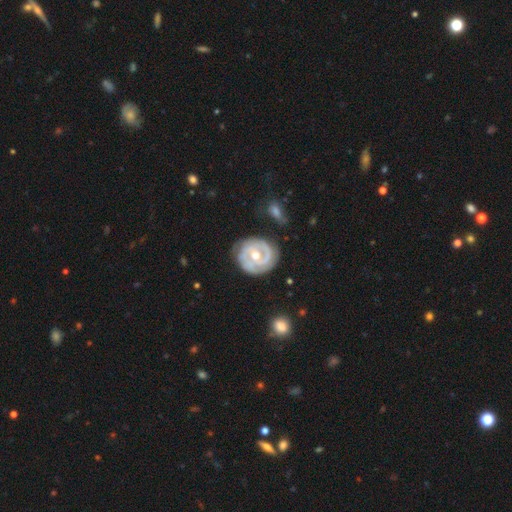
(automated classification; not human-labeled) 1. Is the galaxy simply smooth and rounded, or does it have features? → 87% featured or disk, 9% smooth, 4% star or artifact.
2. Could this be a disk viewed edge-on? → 98% no, 2% yes.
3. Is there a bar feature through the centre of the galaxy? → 52% no, 36% weak, 12% strong.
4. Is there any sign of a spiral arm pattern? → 93% yes, 7% no.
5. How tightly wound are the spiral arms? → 65% tight, 28% medium, 7% loose.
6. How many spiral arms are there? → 62% 2, 14% can't tell, 13% 3, 6% 1, 3% 4, 3% more than 4.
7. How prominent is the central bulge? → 76% moderate, 19% small, 3% large, 1% none, 1% dominant.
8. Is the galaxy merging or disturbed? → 74% none, 18% minor disturbance, 6% major disturbance, 3% merger.